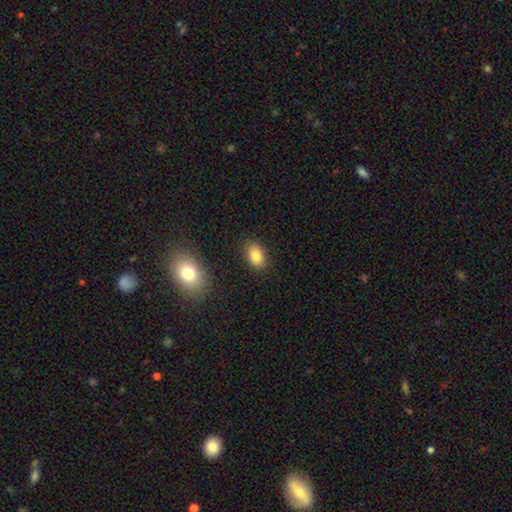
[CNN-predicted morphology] Overall: smooth (84%). How rounded: in between (85%). Merging: none (85%).